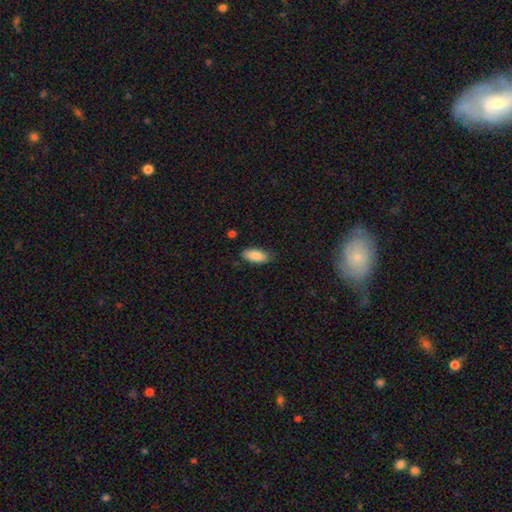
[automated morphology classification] A smooth galaxy with no disk features (87%) that is in between round and cigar-shaped (88%). Merging: none (81%).